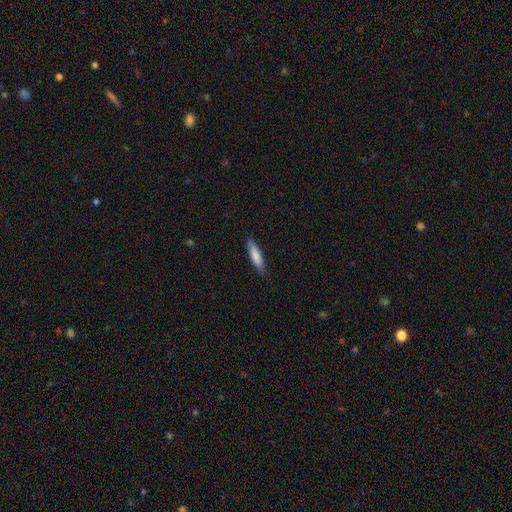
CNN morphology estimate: Smooth or featured? Predicted: smooth (p=0.81). How rounded? Predicted: cigar-shaped (p=0.73). Merging? Predicted: none (p=0.86).